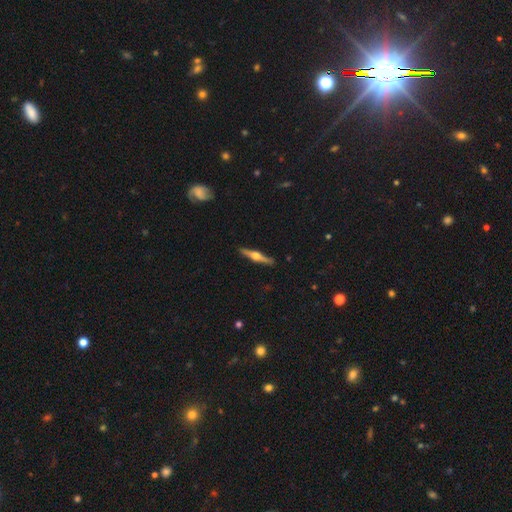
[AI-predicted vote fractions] Smooth or featured?
  - featured or disk: 76% *
  - smooth: 19%
  - star or artifact: 5%
Edge-on disk?
  - yes: 98% *
  - no: 2%
Edge-on bulge?
  - rounded: 94% *
  - boxy: 4%
  - none: 2%
Merging?
  - none: 91% *
  - minor disturbance: 7%
  - major disturbance: 1%
  - merger: 1%